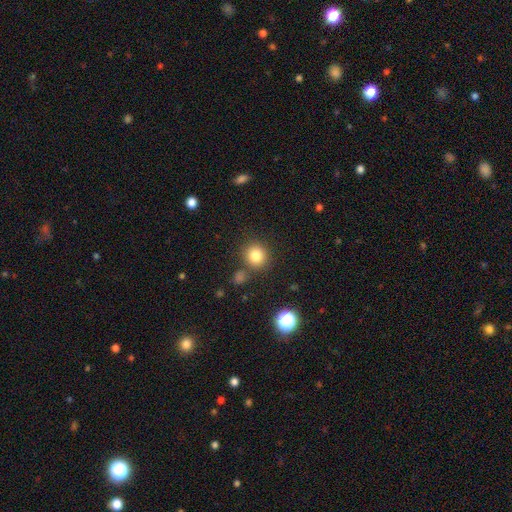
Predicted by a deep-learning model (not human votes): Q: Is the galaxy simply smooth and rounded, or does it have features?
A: smooth — 81%.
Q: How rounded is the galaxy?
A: round — 89%.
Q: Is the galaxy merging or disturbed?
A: none — 81%.